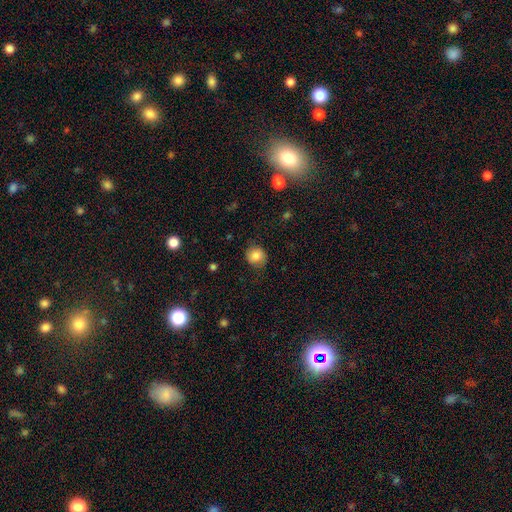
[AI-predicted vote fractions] Smooth or featured?
  - smooth: 82% *
  - star or artifact: 9%
  - featured or disk: 9%
How rounded?
  - round: 84% *
  - in between: 15%
  - cigar-shaped: 1%
Merging?
  - none: 76% *
  - minor disturbance: 17%
  - major disturbance: 5%
  - merger: 1%